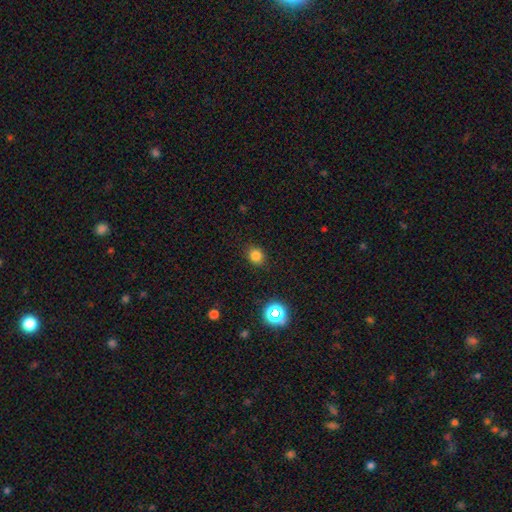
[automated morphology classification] Smooth or featured?
  - smooth: 80% *
  - star or artifact: 15%
  - featured or disk: 5%
How rounded?
  - round: 67% *
  - in between: 32%
  - cigar-shaped: 1%
Merging?
  - none: 87% *
  - minor disturbance: 9%
  - major disturbance: 3%
  - merger: 1%